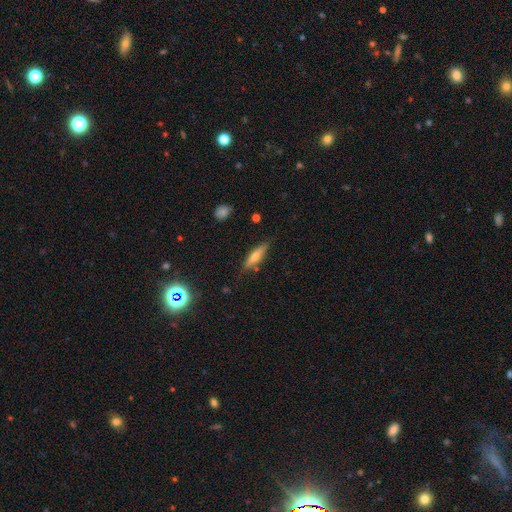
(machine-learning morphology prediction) type=smooth (54%); roundness=cigar-shaped (75%); merging=none (80%).